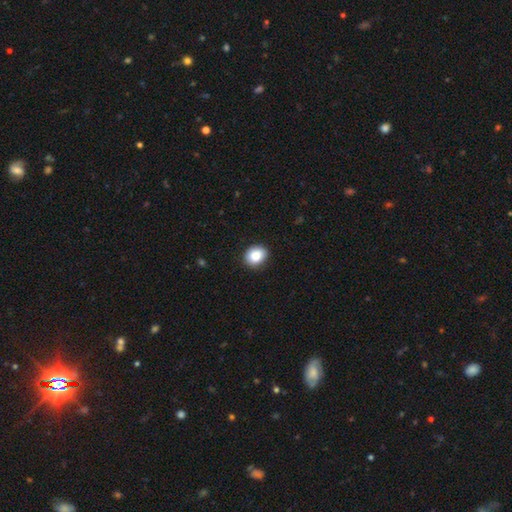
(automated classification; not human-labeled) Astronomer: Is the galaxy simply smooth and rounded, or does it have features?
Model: smooth — 87%.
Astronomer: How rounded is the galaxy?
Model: round — 52% (runner-up: in between, 47%).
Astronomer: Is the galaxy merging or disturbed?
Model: none — 88%.